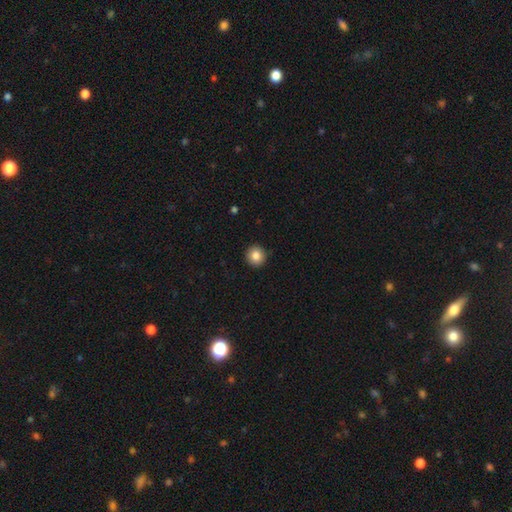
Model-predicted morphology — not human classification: This is clearly a smooth galaxy (85%). How rounded: clearly round (93%). Merging: clearly none (92%).